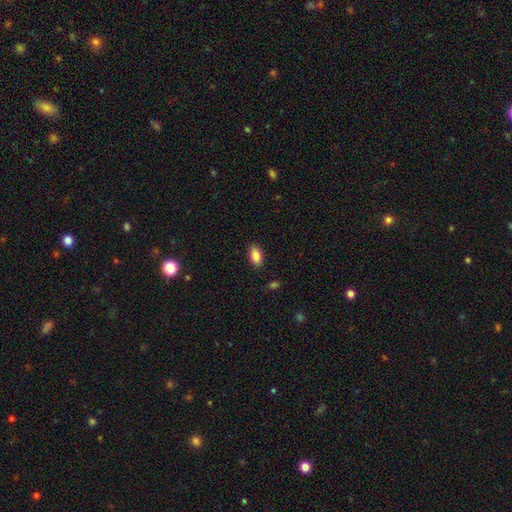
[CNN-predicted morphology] A smooth galaxy with no disk features (85%) that is in between round and cigar-shaped (91%).

Vote fractions:
- Smooth or featured? smooth: 85% / star or artifact: 8% / featured or disk: 7%
- How rounded? in between: 91% / cigar-shaped: 6% / round: 3%
- Merging? none: 88% / minor disturbance: 9% / major disturbance: 2% / merger: 1%